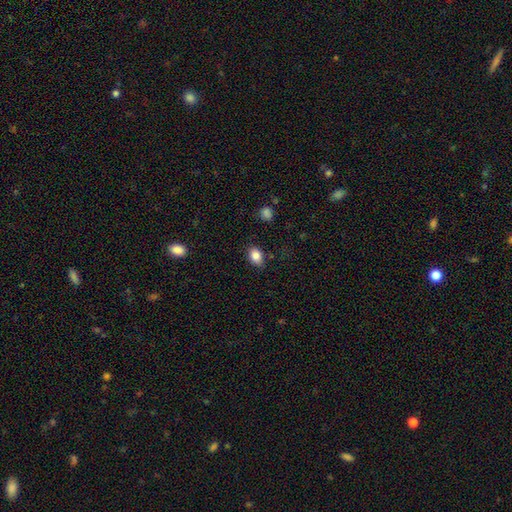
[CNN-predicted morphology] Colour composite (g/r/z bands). It shows a smooth galaxy with no disk features (85%) that is in between round and cigar-shaped (78%). Merging: none (82%).